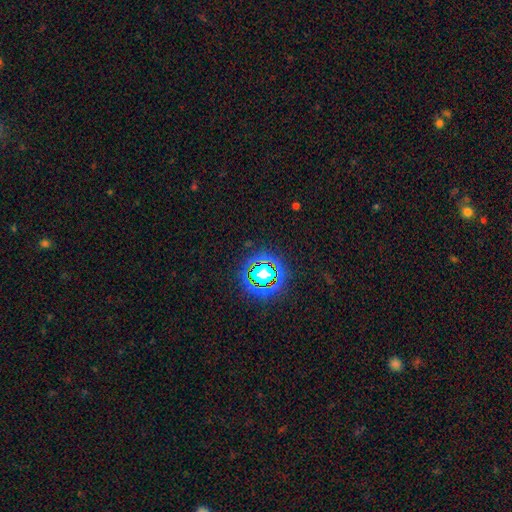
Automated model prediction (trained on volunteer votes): A star or artifact, not a galaxy (79%).